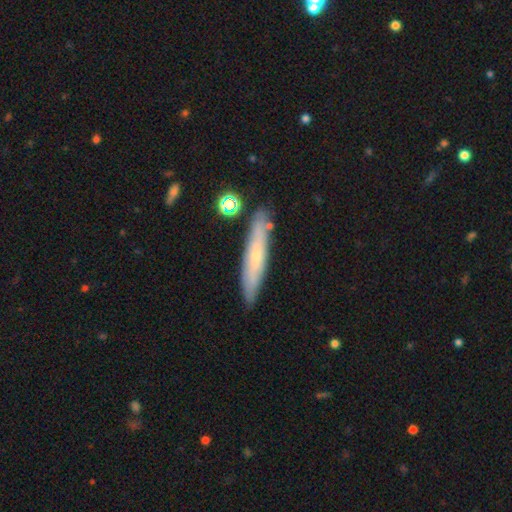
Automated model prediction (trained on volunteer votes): A smooth galaxy with no disk features (49%).

Vote fractions:
- Smooth or featured? smooth: 49% / featured or disk: 44% / star or artifact: 7%
- Merging? none: 84% / minor disturbance: 11% / merger: 3% / major disturbance: 2%